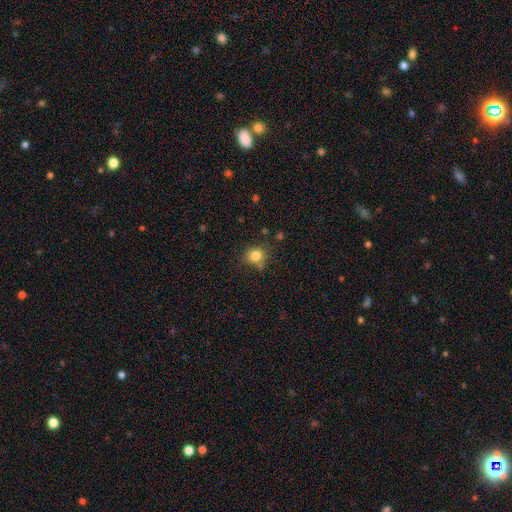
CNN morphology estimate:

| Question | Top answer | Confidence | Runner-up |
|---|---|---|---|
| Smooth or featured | smooth | 82% | star or artifact (12%) |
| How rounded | round | 79% | in between (20%) |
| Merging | none | 73% | minor disturbance (15%) |